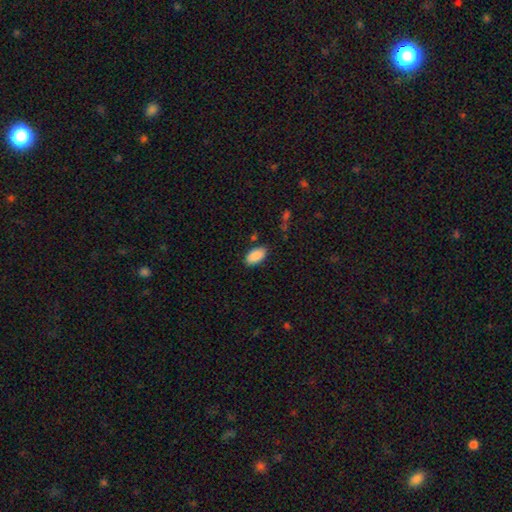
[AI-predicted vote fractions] smooth 90%, star or artifact 7%, featured or disk 4%. Down the decision tree: how rounded — in between (94%); merging — none (85%).